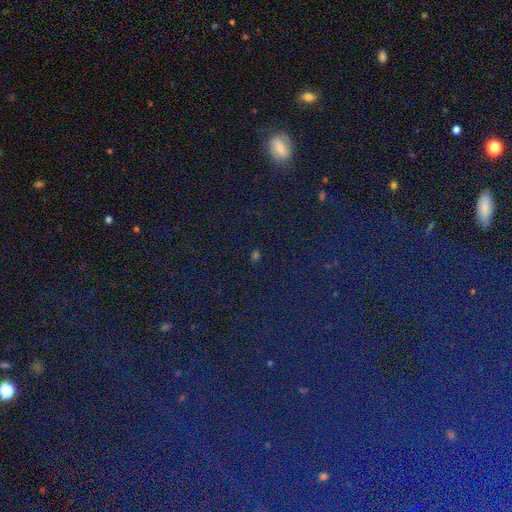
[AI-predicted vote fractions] Smooth or featured?
  - star or artifact: 63% *
  - smooth: 27%
  - featured or disk: 10%